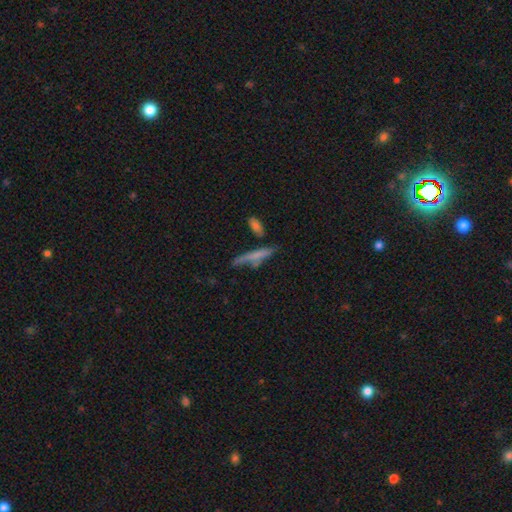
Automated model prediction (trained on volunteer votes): smooth_or_featured: smooth (p=0.62) [alt: featured or disk p=0.29]
how_rounded: cigar-shaped (p=0.87) [alt: in between p=0.10]
merging: none (p=0.61) [alt: minor disturbance p=0.18]